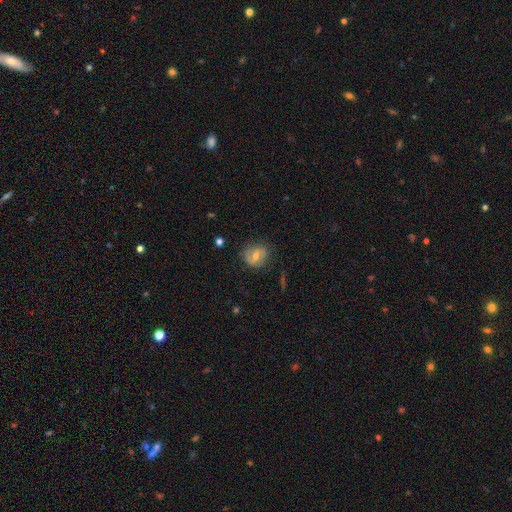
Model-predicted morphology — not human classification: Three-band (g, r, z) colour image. It shows a featured or disk galaxy (56%) with a weak bar (45%), spiral arms (65%) and a moderate central bulge (59%). Merging: none (77%).